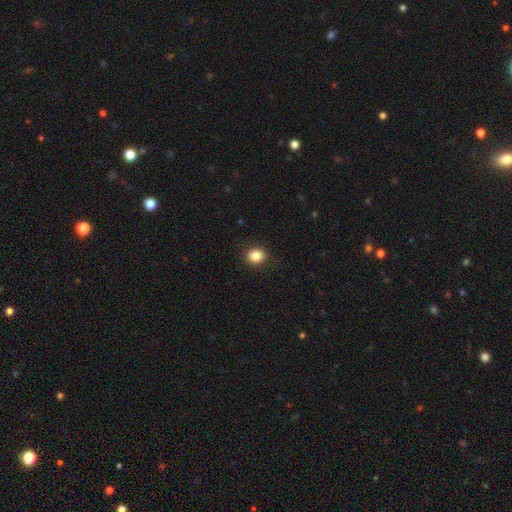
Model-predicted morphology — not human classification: smooth 85%, star or artifact 10%, featured or disk 5%. Down the decision tree: how rounded — round (77%); merging — none (90%).